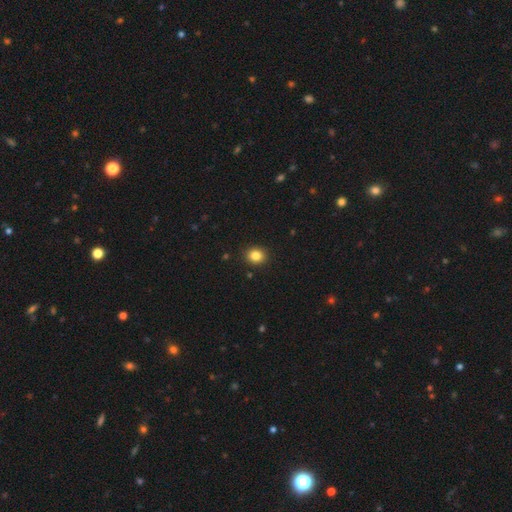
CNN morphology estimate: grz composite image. It shows a smooth galaxy with no disk features (84%) that is round (77%). Merging: none (91%).